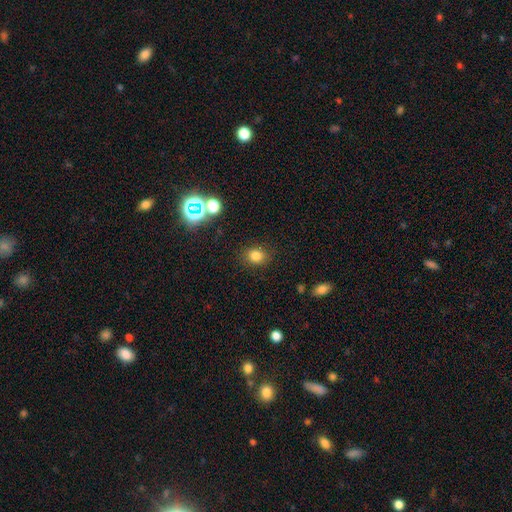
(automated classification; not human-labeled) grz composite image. It shows a smooth galaxy with no disk features (80%) that is round (61%). Merging: none (86%).